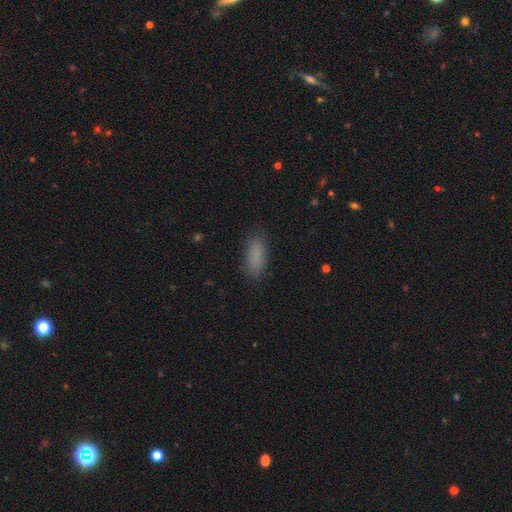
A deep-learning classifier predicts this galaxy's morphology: Smooth or featured: smooth — 86% (star or artifact — 9%)
How rounded: in between — 81% (cigar-shaped — 17%)
Merging: none — 84% (minor disturbance — 12%)